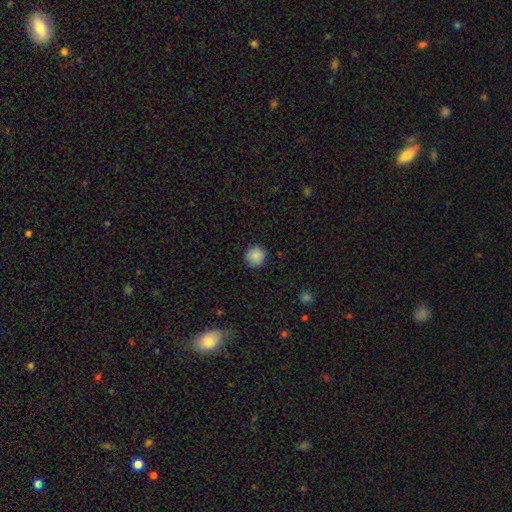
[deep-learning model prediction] Smooth or featured?
  - smooth: 87% *
  - star or artifact: 9%
  - featured or disk: 4%
How rounded?
  - round: 93% *
  - in between: 6%
  - cigar-shaped: 1%
Merging?
  - none: 89% *
  - minor disturbance: 8%
  - major disturbance: 2%
  - merger: 1%